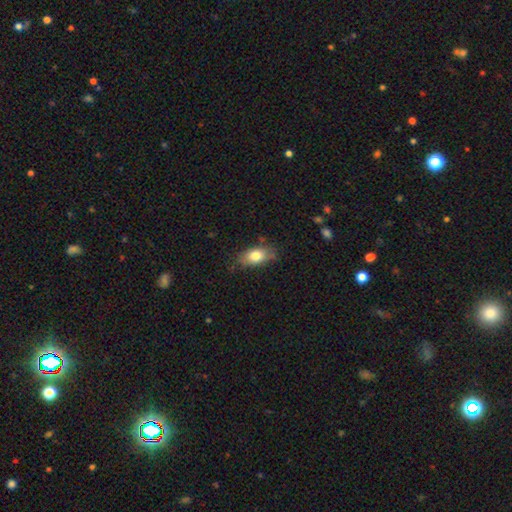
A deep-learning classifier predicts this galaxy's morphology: smooth 77%, featured or disk 16%, star or artifact 7%. Down the decision tree: how rounded — in between (87%); merging — none (73%).